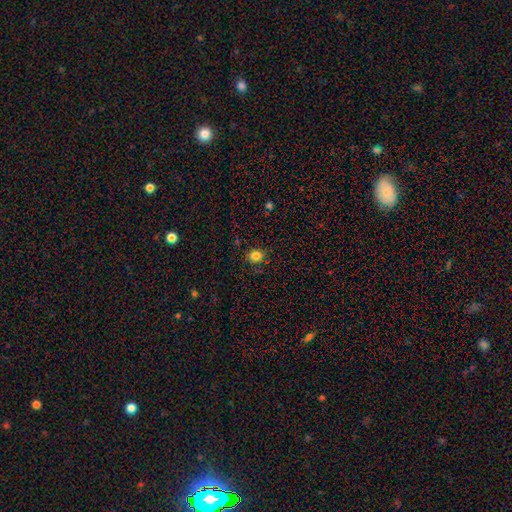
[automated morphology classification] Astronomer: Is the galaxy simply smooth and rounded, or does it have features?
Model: smooth — 82%.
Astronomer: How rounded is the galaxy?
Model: round — 77%.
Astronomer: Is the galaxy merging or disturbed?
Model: none — 87%.